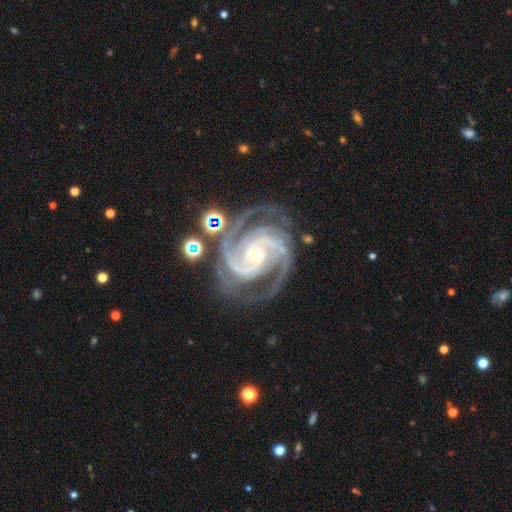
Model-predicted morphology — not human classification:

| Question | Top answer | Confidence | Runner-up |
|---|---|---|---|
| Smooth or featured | featured or disk | 94% | star or artifact (5%) |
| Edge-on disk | no | 98% | yes (2%) |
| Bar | no | 54% | weak (29%) |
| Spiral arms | yes | 99% | no (1%) |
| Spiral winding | tight | 62% | medium (35%) |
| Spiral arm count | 3 | 40% | 2 (32%) |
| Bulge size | small | 70% | moderate (26%) |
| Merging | none | 69% | minor disturbance (18%) |